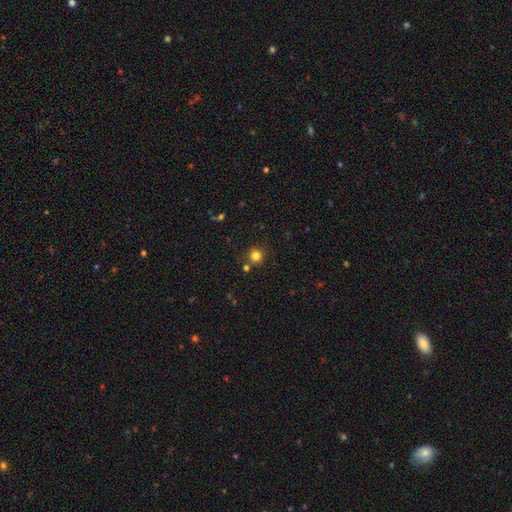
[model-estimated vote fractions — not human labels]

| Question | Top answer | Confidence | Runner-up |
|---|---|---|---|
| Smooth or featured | smooth | 81% | star or artifact (14%) |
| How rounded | round | 93% | in between (6%) |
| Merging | none | 82% | merger (8%) |